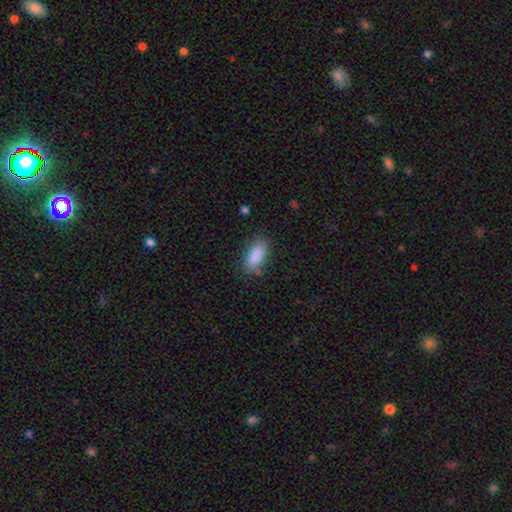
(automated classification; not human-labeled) smooth_or_featured: smooth (p=0.87) [alt: star or artifact p=0.07]
how_rounded: in between (p=0.87) [alt: cigar-shaped p=0.10]
merging: none (p=0.76) [alt: minor disturbance p=0.17]